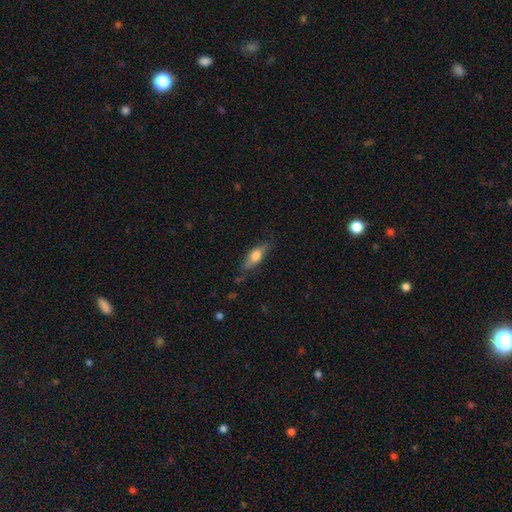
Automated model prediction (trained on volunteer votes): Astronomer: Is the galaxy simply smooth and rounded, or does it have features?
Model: smooth — 66%.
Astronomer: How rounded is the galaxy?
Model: in between — 65%.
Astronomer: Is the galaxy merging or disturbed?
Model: none — 71%.